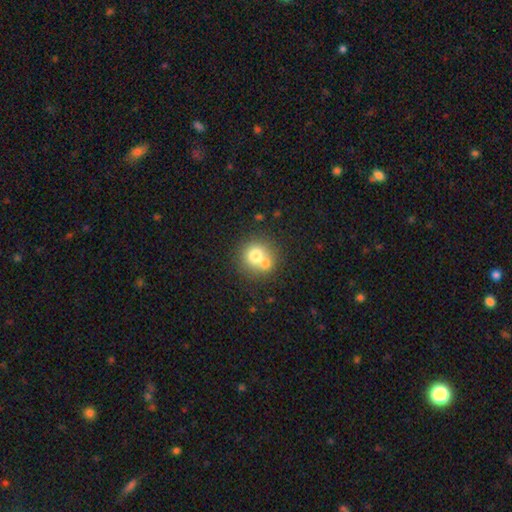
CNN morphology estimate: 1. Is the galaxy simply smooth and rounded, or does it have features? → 70% smooth, 19% featured or disk, 11% star or artifact.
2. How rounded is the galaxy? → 87% round, 12% in between, 1% cigar-shaped.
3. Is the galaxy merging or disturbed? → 44% none, 43% merger, 9% minor disturbance, 4% major disturbance.